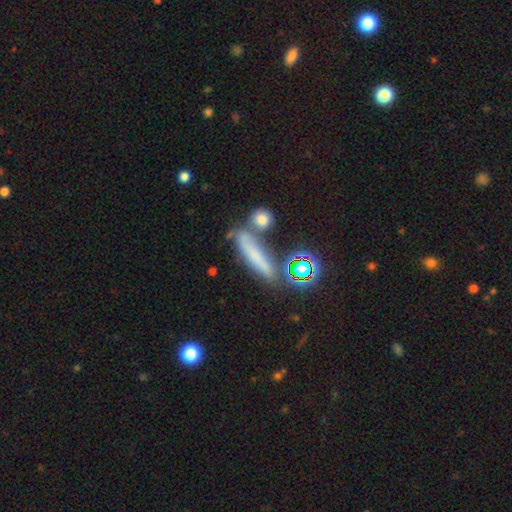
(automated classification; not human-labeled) A smooth galaxy with no disk features (56%) that is cigar-shaped (74%).

Vote fractions:
- Smooth or featured? smooth: 56% / featured or disk: 23% / star or artifact: 21%
- How rounded? cigar-shaped: 74% / in between: 17% / round: 9%
- Merging? none: 62% / merger: 16% / minor disturbance: 16% / major disturbance: 7%